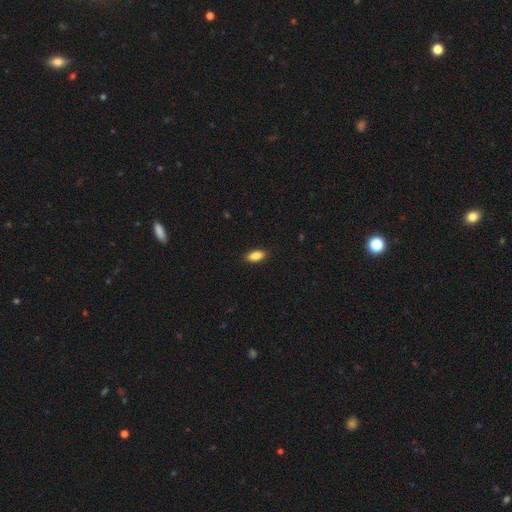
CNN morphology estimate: Smooth or featured?
  - smooth: 87% *
  - star or artifact: 7%
  - featured or disk: 5%
How rounded?
  - in between: 88% *
  - cigar-shaped: 8%
  - round: 3%
Merging?
  - none: 88% *
  - minor disturbance: 9%
  - major disturbance: 2%
  - merger: 1%